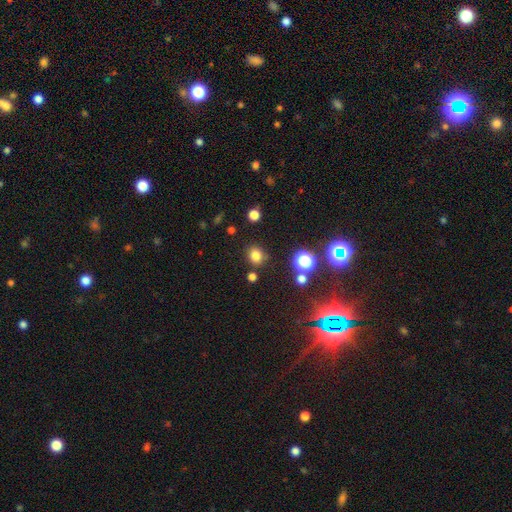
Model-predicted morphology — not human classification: smooth_or_featured: smooth (p=0.77) [alt: star or artifact p=0.17]
how_rounded: round (p=0.70) [alt: in between p=0.29]
merging: none (p=0.82) [alt: minor disturbance p=0.10]